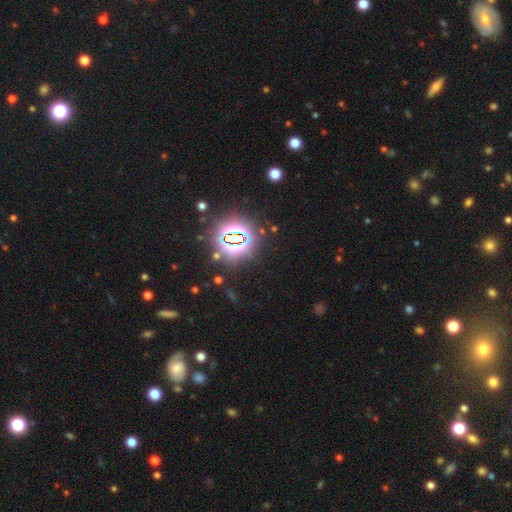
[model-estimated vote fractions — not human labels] smooth-or-featured: star or artifact: 79% | smooth: 14% | featured or disk: 7%